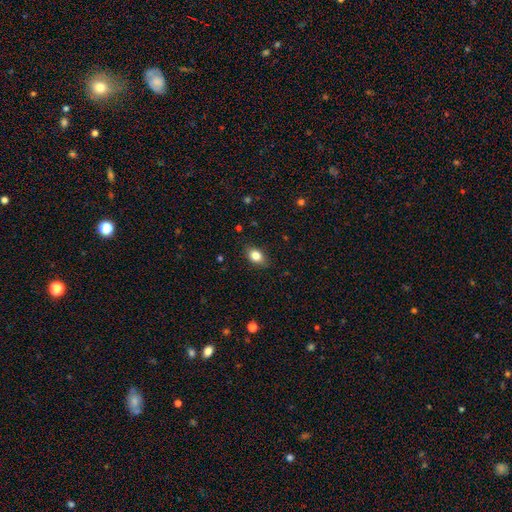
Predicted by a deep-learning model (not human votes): Smooth or featured? Predicted: smooth (p=0.84). How rounded? Predicted: in between (p=0.80). Merging? Predicted: none (p=0.84).